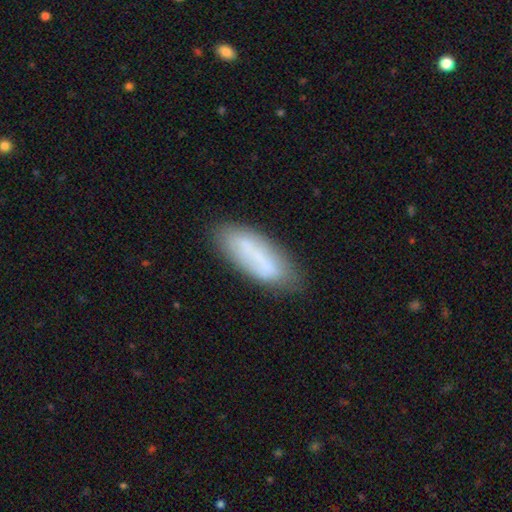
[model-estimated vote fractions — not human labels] This appears to be a smooth galaxy with no disk features (62%) that is in between round and cigar-shaped (64%). Merging: none (71%).